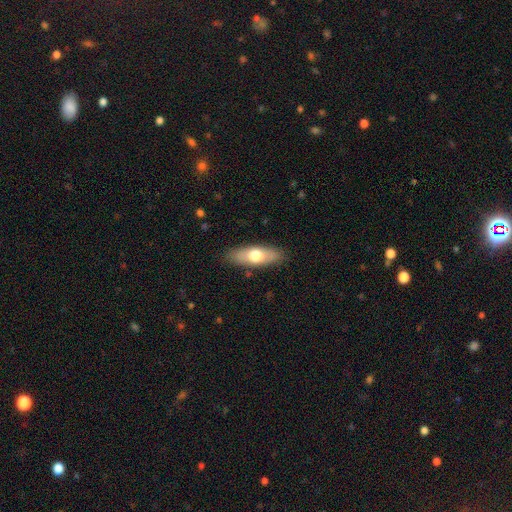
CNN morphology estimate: Smooth or featured? smooth (63%)
How rounded? in between (67%)
Merging? none (86%)